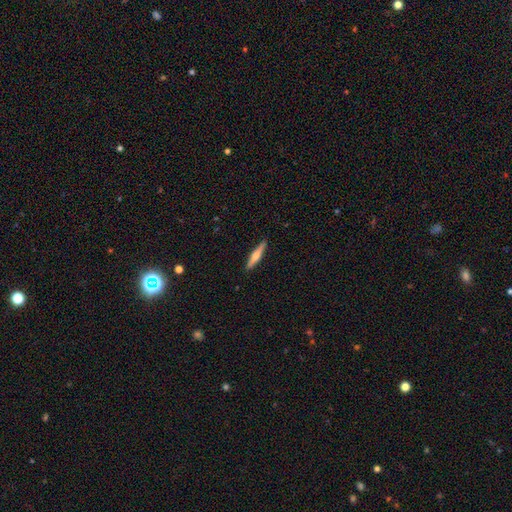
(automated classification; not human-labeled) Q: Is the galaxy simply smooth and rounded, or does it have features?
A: featured or disk — 53%.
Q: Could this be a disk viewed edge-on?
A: yes — 97%.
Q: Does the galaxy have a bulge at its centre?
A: rounded — 85%.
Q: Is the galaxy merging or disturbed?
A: none — 91%.